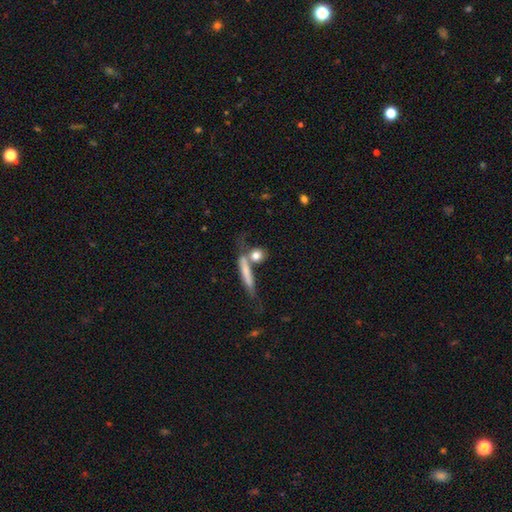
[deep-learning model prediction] Morphology: type=smooth (74%); roundness=round (59%); merging=none (49%).